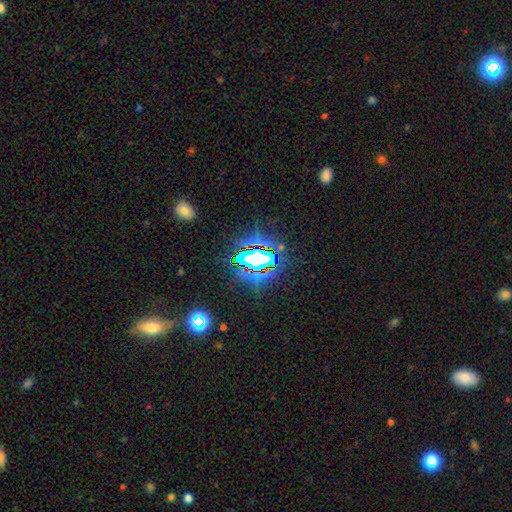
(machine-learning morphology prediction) Overall: star or artifact (71%).